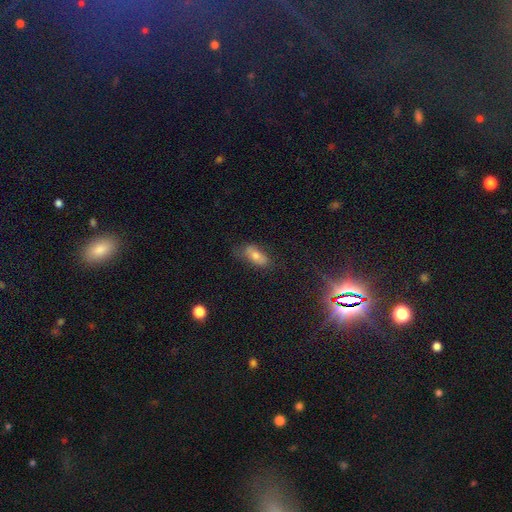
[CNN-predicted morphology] A smooth galaxy with no disk features (57%) that is in between round and cigar-shaped (81%). Merging: none (59%).